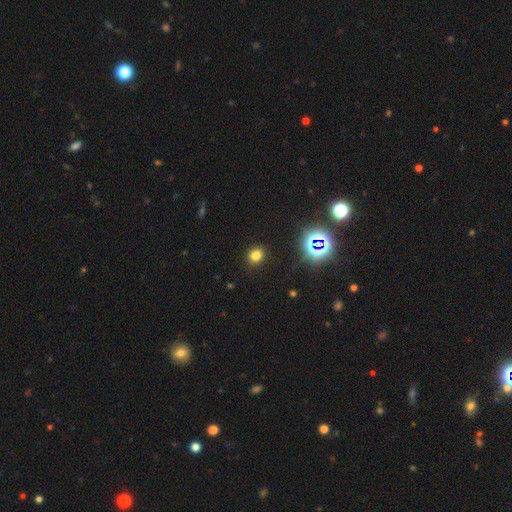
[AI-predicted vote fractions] A smooth galaxy with no disk features (73%) that is round (67%).

Vote fractions:
- Smooth or featured? smooth: 73% / star or artifact: 20% / featured or disk: 6%
- How rounded? round: 67% / in between: 32% / cigar-shaped: 1%
- Merging? none: 89% / minor disturbance: 7% / major disturbance: 3% / merger: 1%